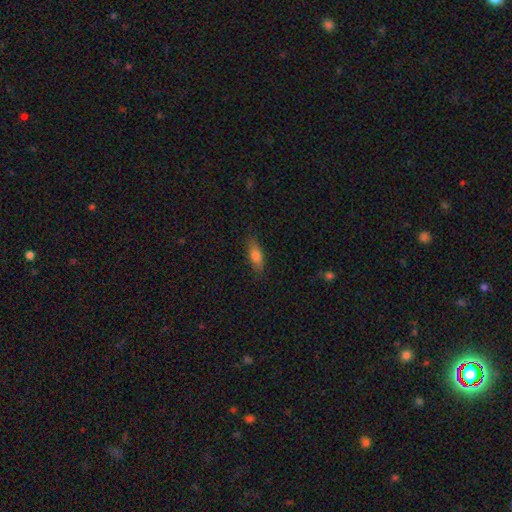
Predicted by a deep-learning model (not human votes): This is likely a smooth galaxy (75%). How rounded: likely in between (66%). Merging: clearly none (84%).